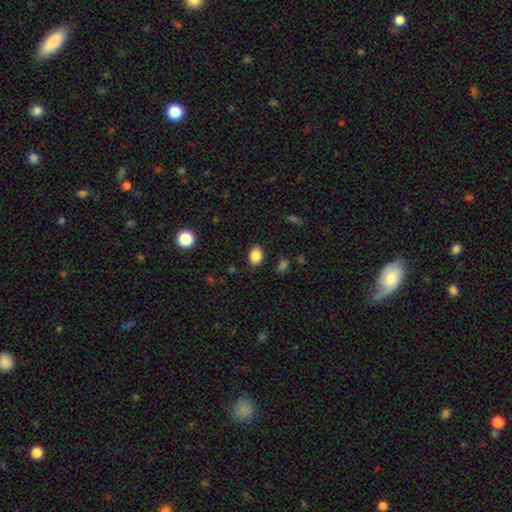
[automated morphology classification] Q: Smooth or featured?
A: smooth (87%); runner-up: star or artifact (9%)
Q: How rounded?
A: in between (63%); runner-up: round (37%)
Q: Merging?
A: none (87%); runner-up: minor disturbance (9%)